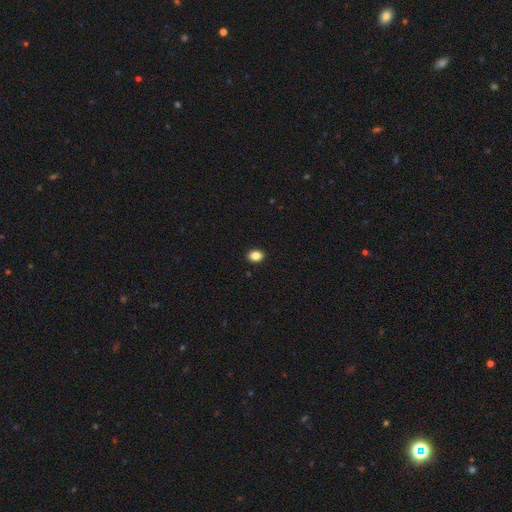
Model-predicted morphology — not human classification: Smooth or featured? smooth (86%)
How rounded? in between (60%)
Merging? none (91%)